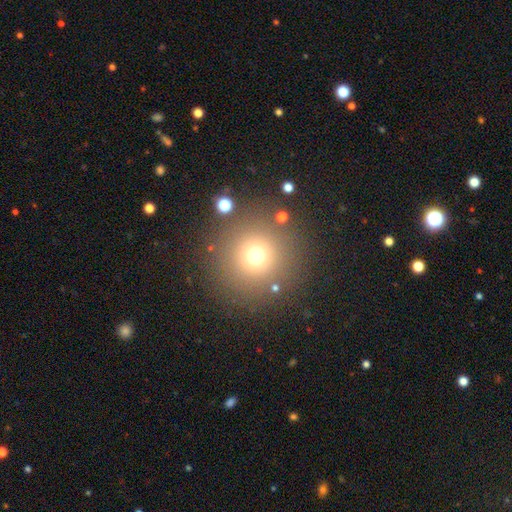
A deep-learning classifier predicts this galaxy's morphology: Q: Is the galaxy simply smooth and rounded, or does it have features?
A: smooth — 70%.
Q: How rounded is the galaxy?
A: round — 96%.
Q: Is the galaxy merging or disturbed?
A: none — 86%.